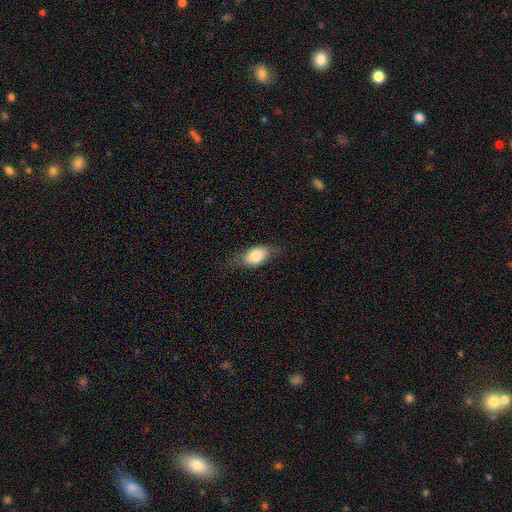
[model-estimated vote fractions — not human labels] This appears to be a smooth galaxy with no disk features (77%) that is in between round and cigar-shaped (87%). Merging: none (70%).